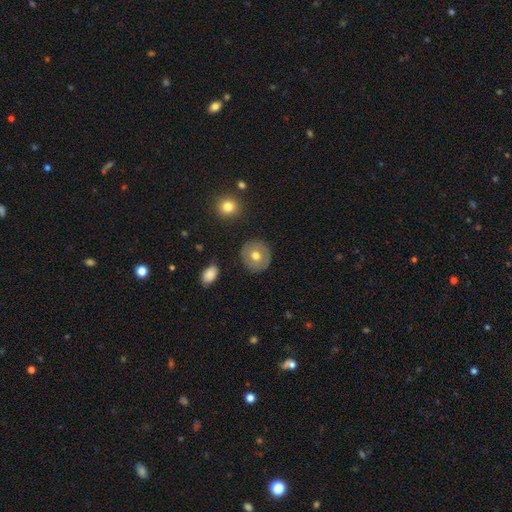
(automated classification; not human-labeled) Morphology: type=smooth (61%); roundness=round (89%); merging=none (86%).